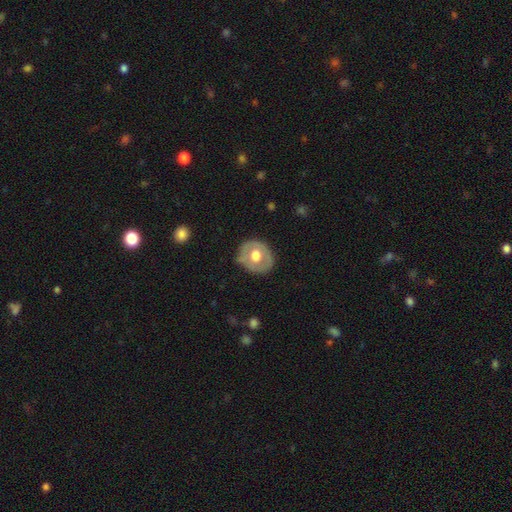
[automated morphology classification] Smooth or featured: featured or disk — 48% (smooth — 46%)
Merging: none — 76% (minor disturbance — 18%)